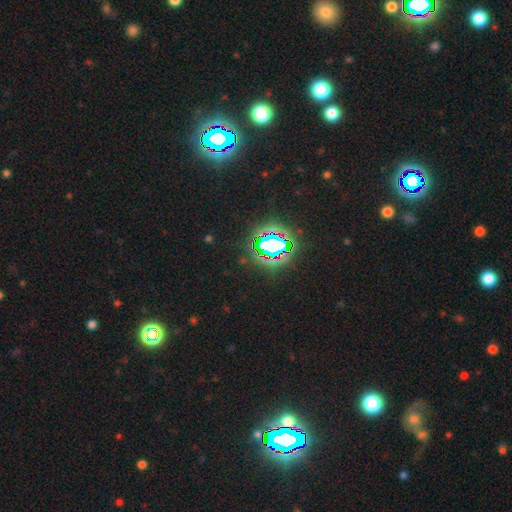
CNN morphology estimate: star or artifact 81%, smooth 12%, featured or disk 7%.